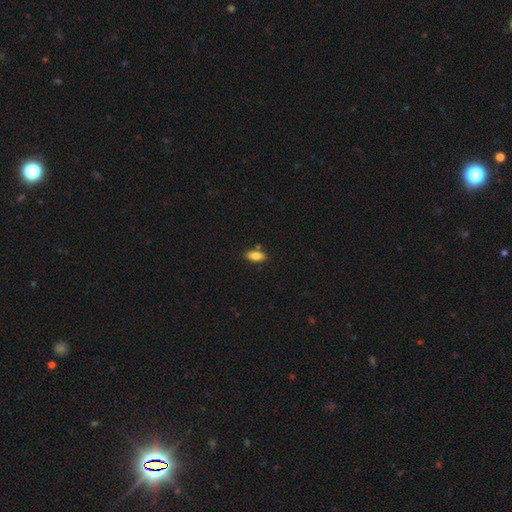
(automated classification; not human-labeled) Q: Smooth or featured?
A: smooth (83%); runner-up: featured or disk (10%)
Q: How rounded?
A: in between (87%); runner-up: cigar-shaped (10%)
Q: Merging?
A: none (80%); runner-up: minor disturbance (12%)